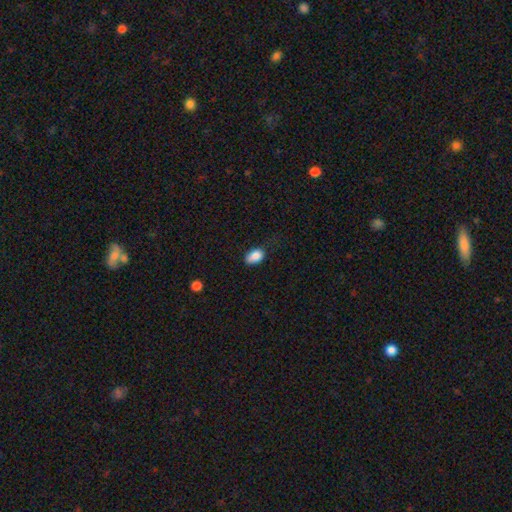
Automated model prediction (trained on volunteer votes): Overall: smooth (86%). How rounded: in between (89%). Merging: none (62%; minor disturbance 29%).